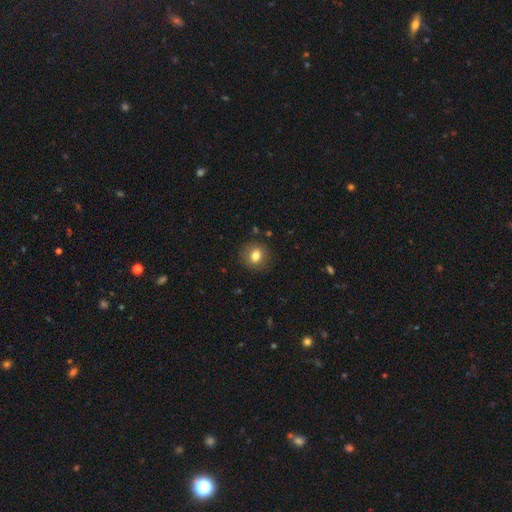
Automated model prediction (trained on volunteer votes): smooth-or-featured: smooth: 79% | featured or disk: 11% | star or artifact: 10%
  how-rounded: round: 77% | in between: 22% | cigar-shaped: 1%
  merging: none: 87% | minor disturbance: 9% | major disturbance: 3% | merger: 1%